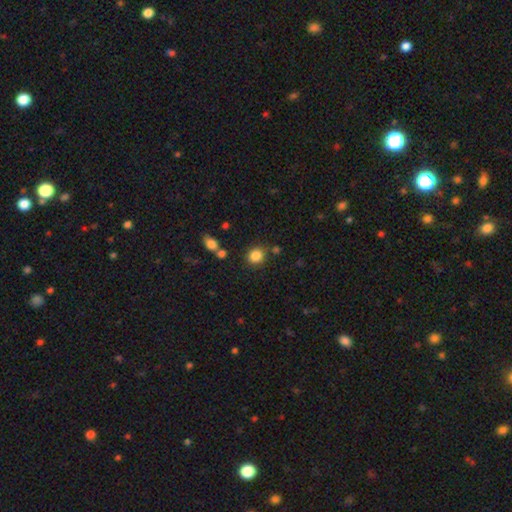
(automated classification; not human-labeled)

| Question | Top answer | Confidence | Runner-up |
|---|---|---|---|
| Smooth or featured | smooth | 85% | star or artifact (11%) |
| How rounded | round | 75% | in between (24%) |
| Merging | none | 80% | minor disturbance (10%) |